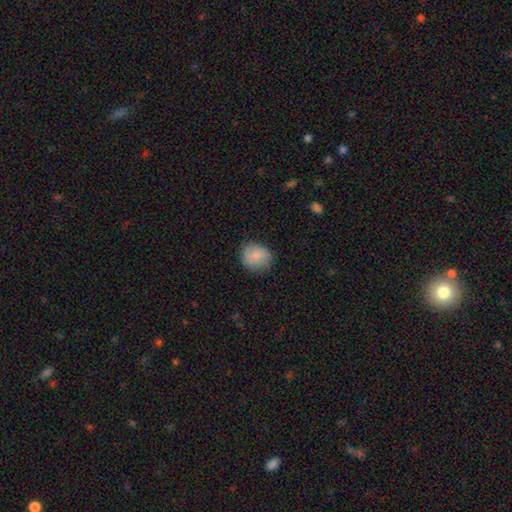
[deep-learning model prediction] Smooth or featured: smooth — 84% (featured or disk — 9%)
How rounded: round — 78% (in between — 21%)
Merging: none — 78% (minor disturbance — 18%)